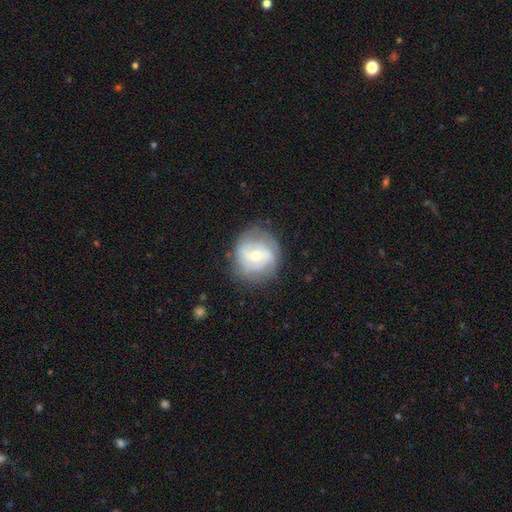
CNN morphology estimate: smooth_or_featured: featured or disk (p=0.63) [alt: smooth p=0.29]
disk_edge_on: no (p=0.97) [alt: yes p=0.03]
bar: no (p=0.49) [alt: weak p=0.39]
has_spiral_arms: yes (p=0.79) [alt: no p=0.21]
bulge_size: moderate (p=0.52) [alt: small p=0.43]
merging: none (p=0.75) [alt: minor disturbance p=0.16]